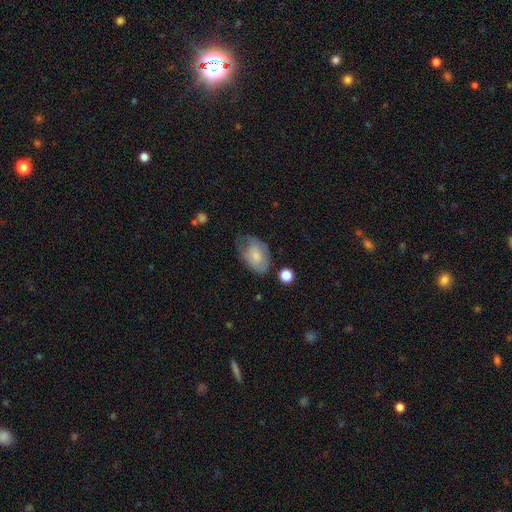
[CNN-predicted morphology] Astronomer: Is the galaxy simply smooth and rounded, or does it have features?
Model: smooth — 65%.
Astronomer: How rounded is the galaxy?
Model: in between — 88%.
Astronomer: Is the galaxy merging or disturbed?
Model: none — 44% (runner-up: minor disturbance, 36%).